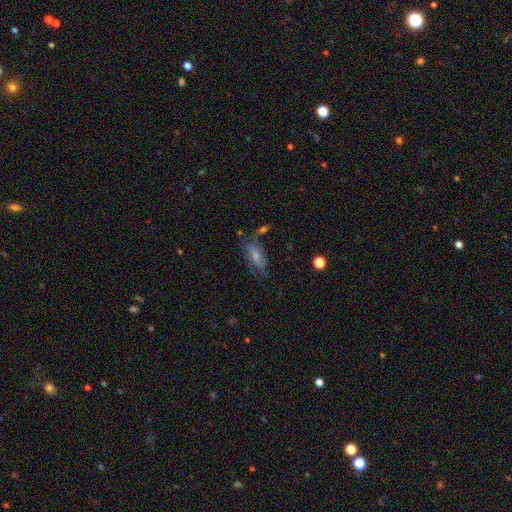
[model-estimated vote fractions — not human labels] This is possibly a featured or disk galaxy (52%). It is clearly not viewed edge-on (81%). Merging: likely none (67%).